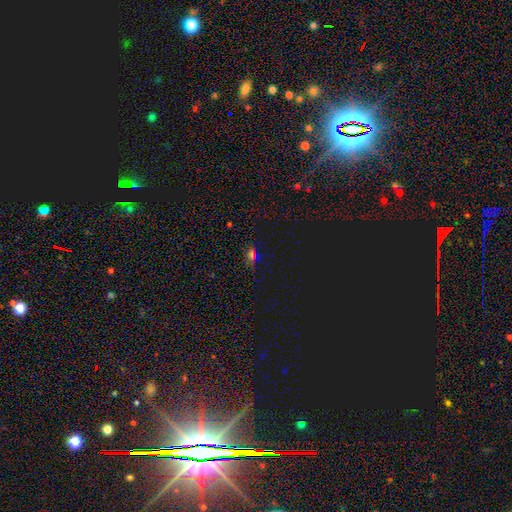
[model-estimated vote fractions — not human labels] Smooth or featured: smooth — 60% (star or artifact — 33%)
How rounded: in between — 74% (round — 22%)
Merging: none — 76% (minor disturbance — 16%)